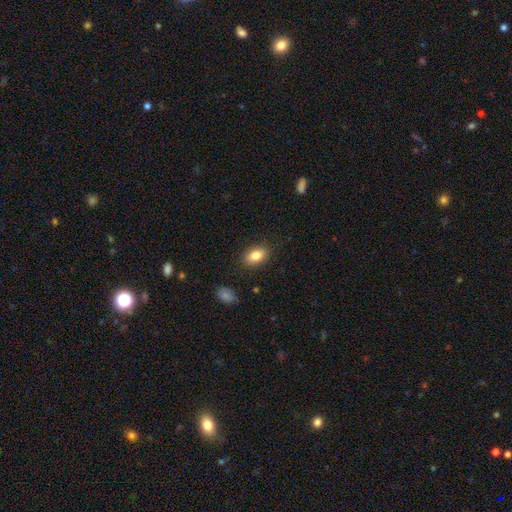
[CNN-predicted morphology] Overall: smooth (84%). How rounded: in between (87%). Merging: none (86%).